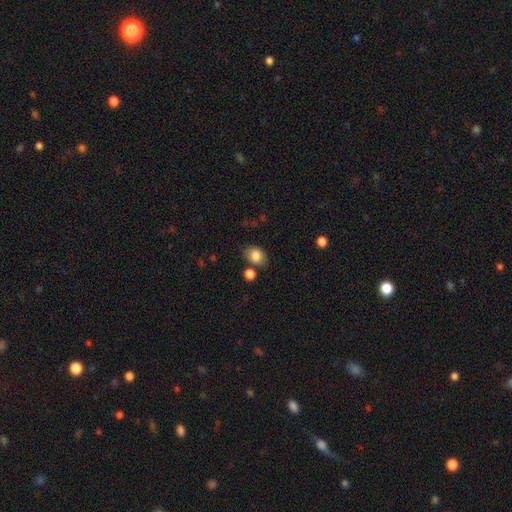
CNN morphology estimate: Smooth or featured?
  - smooth: 84% *
  - star or artifact: 9%
  - featured or disk: 7%
How rounded?
  - in between: 63% *
  - round: 36%
  - cigar-shaped: 1%
Merging?
  - none: 71% *
  - minor disturbance: 15%
  - merger: 10%
  - major disturbance: 4%